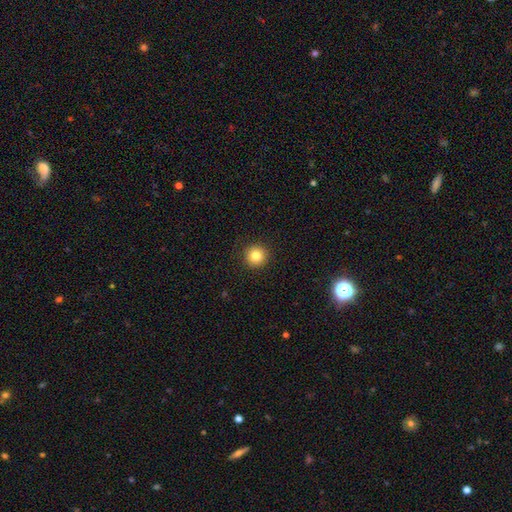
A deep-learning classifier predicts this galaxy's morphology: Smooth or featured?
  - smooth: 83% *
  - star or artifact: 11%
  - featured or disk: 7%
How rounded?
  - round: 95% *
  - in between: 4%
  - cigar-shaped: 1%
Merging?
  - none: 92% *
  - minor disturbance: 5%
  - major disturbance: 2%
  - merger: 1%